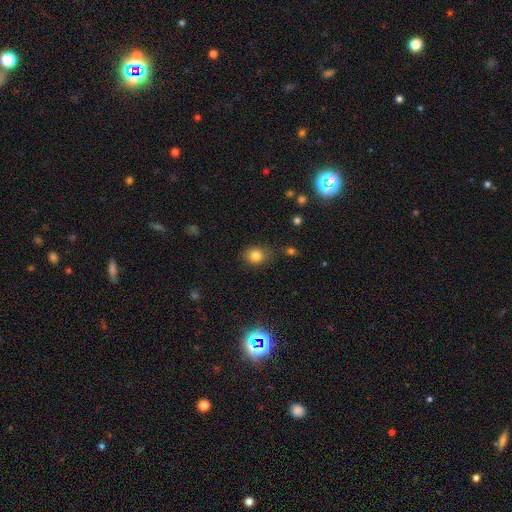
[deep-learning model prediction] A smooth galaxy with no disk features (83%) that is round (60%). Merging: none (73%).